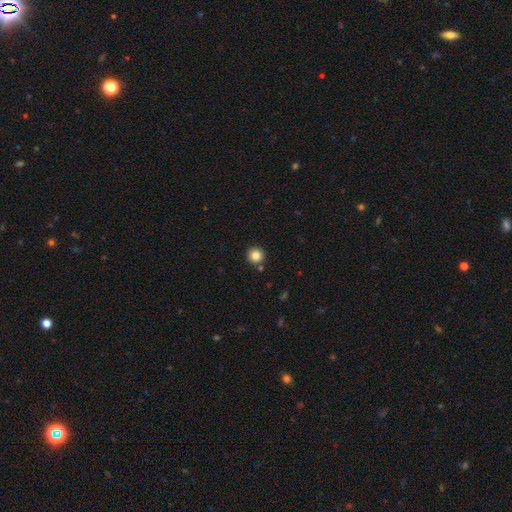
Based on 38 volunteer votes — A smooth galaxy with no disk features (89%) that is round (97%). Merging: none (81%).